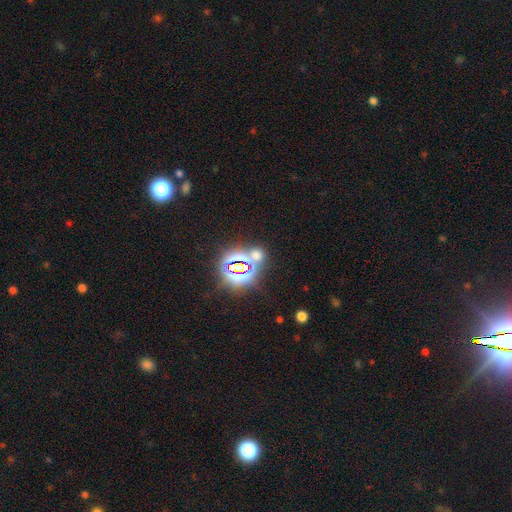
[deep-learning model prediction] Smooth or featured? Predicted: star or artifact (p=0.59).